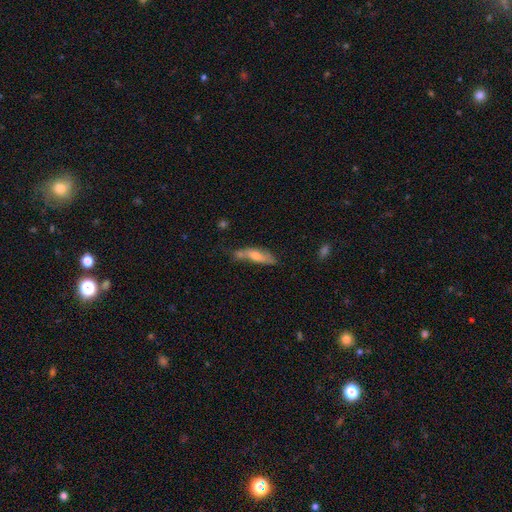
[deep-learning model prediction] This appears to be a smooth galaxy with no disk features (54%) that is cigar-shaped (61%). Merging: none (46%).